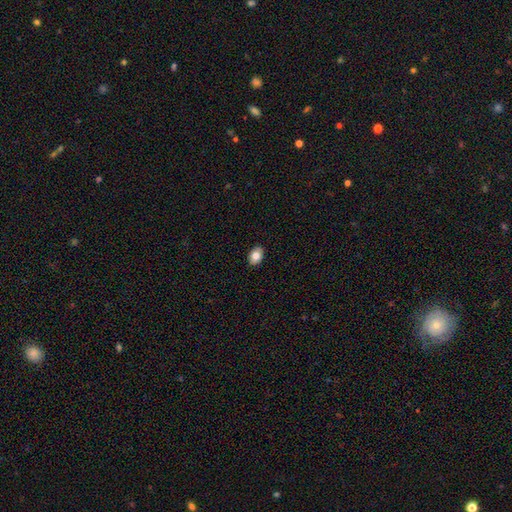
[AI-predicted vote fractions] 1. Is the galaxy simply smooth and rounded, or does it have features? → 78% smooth, 14% featured or disk, 8% star or artifact.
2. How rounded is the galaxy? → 82% in between, 16% round, 1% cigar-shaped.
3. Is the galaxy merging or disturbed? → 89% none, 8% minor disturbance, 2% major disturbance, 1% merger.